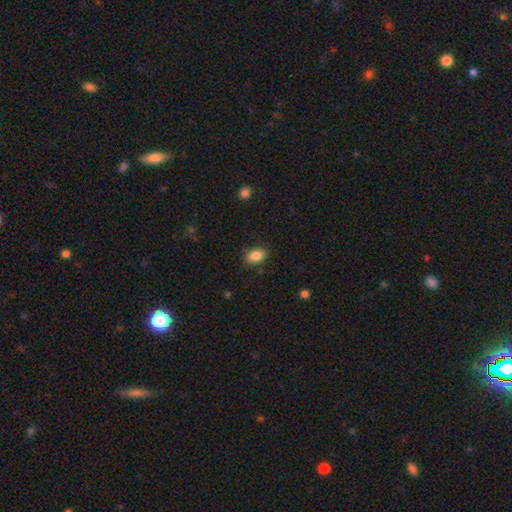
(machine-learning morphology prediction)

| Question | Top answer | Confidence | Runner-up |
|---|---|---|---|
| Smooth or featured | smooth | 86% | star or artifact (9%) |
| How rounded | in between | 84% | round (15%) |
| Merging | none | 81% | minor disturbance (14%) |